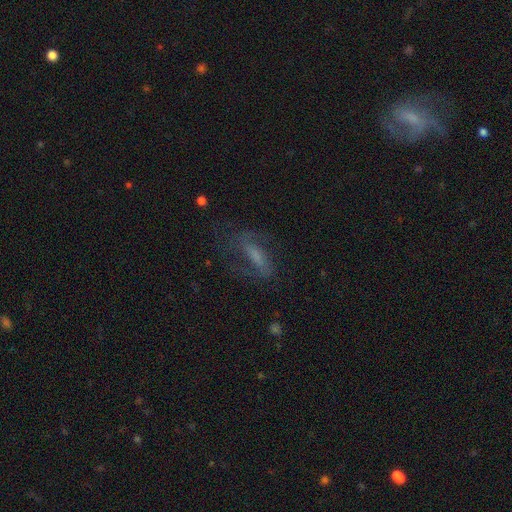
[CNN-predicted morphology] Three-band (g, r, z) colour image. It shows a featured or disk galaxy (53%). Merging: none (58%).